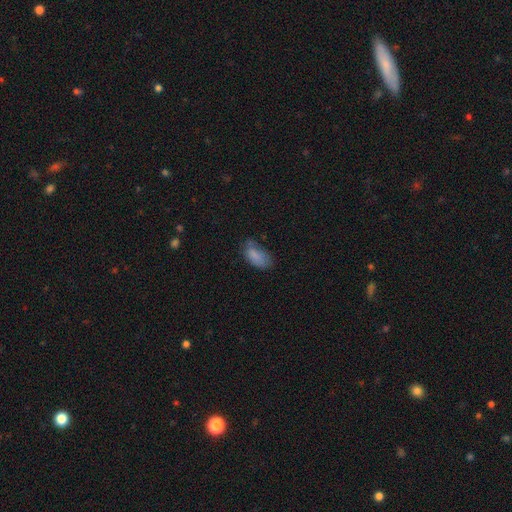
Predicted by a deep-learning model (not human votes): Smooth or featured: smooth — 80% (featured or disk — 10%)
How rounded: in between — 93% (cigar-shaped — 4%)
Merging: none — 46% (minor disturbance — 35%)